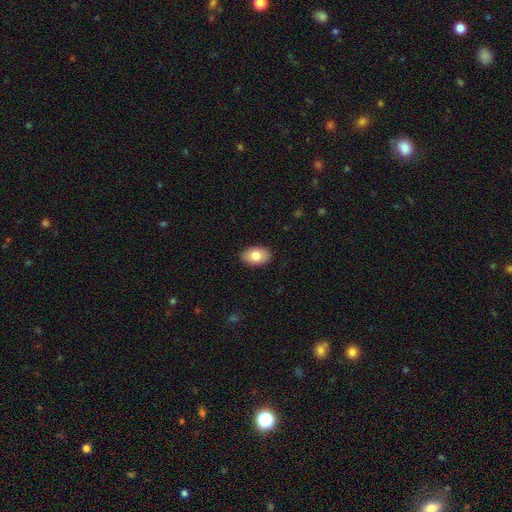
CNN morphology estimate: Overall: smooth (82%). How rounded: in between (89%). Merging: none (89%).